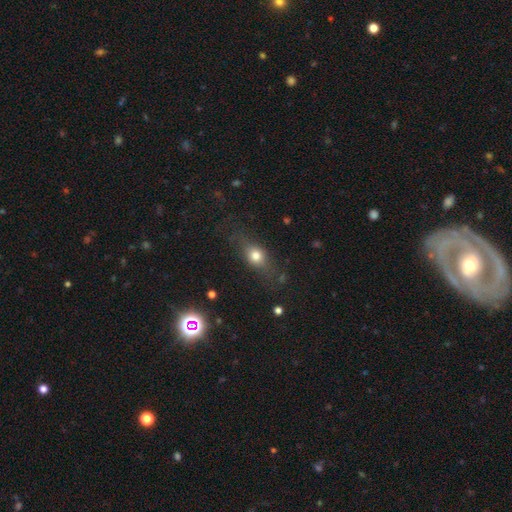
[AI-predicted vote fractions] Smooth or featured? Predicted: smooth (p=0.70). How rounded? Predicted: in between (p=0.56). Merging? Predicted: none (p=0.70).